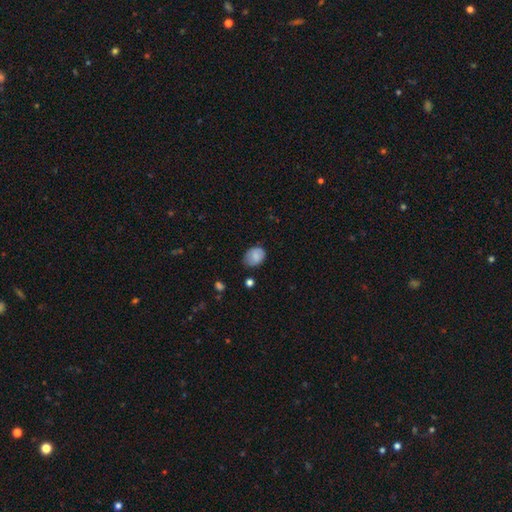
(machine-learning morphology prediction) This is clearly a smooth galaxy (82%). How rounded: likely in between (63%). Merging: likely none (65%).